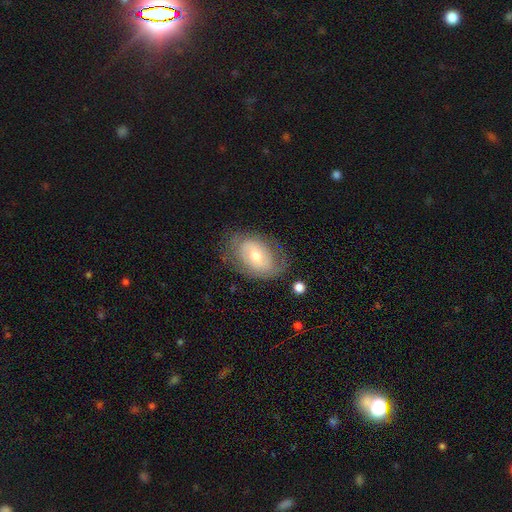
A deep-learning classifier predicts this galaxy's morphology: Smooth or featured: featured or disk — 56% (smooth — 36%)
Edge-on disk: no — 94% (yes — 6%)
Bar: no — 57% (weak — 33%)
Spiral arms: yes — 62% (no — 38%)
Bulge size: moderate — 63% (small — 30%)
Merging: none — 64% (minor disturbance — 22%)